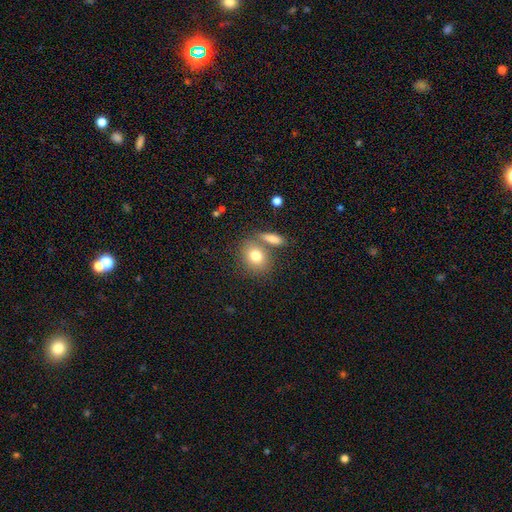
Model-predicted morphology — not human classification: Smooth or featured? smooth (78%)
How rounded? round (53%)
Merging? none (59%)